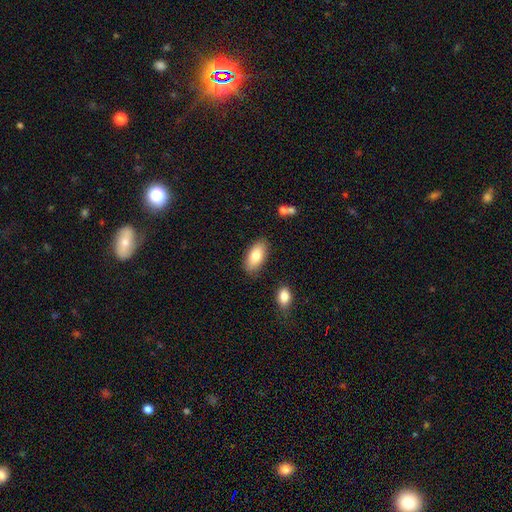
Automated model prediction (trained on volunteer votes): Smooth or featured? smooth (81%)
How rounded? in between (91%)
Merging? none (84%)